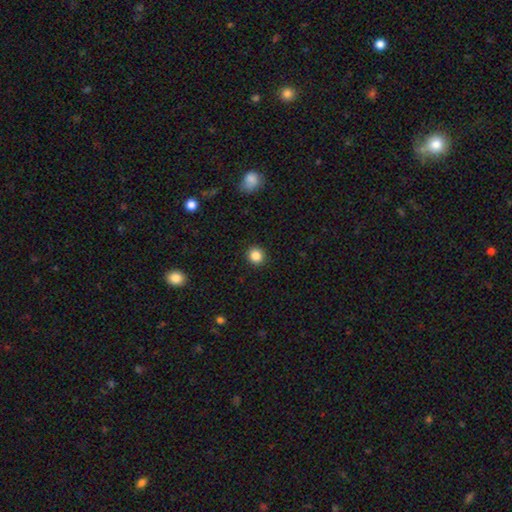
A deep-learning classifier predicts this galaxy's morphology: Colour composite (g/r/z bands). It shows a smooth galaxy with no disk features (86%) that is round (91%). Merging: none (92%).